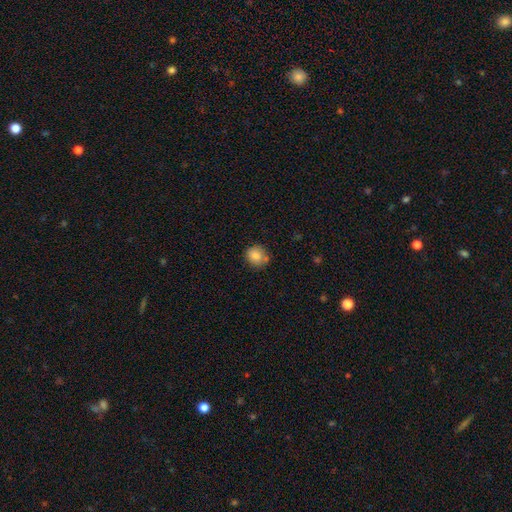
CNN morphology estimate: Q: Smooth or featured?
A: smooth (82%); runner-up: star or artifact (9%)
Q: How rounded?
A: round (81%); runner-up: in between (19%)
Q: Merging?
A: none (75%); runner-up: minor disturbance (14%)